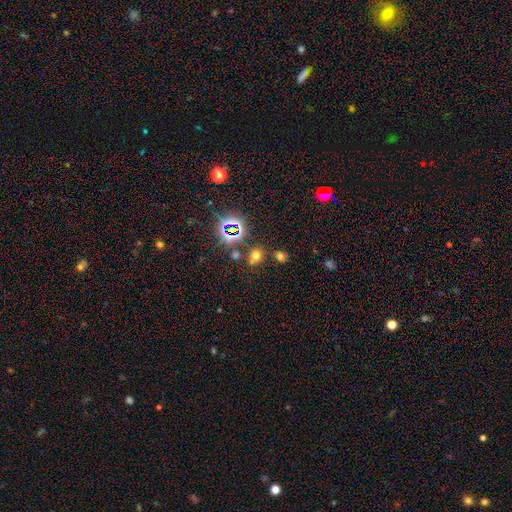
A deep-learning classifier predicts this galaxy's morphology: Q: Smooth or featured?
A: smooth (59%); runner-up: star or artifact (33%)
Q: How rounded?
A: round (76%); runner-up: in between (23%)
Q: Merging?
A: none (75%); runner-up: merger (12%)